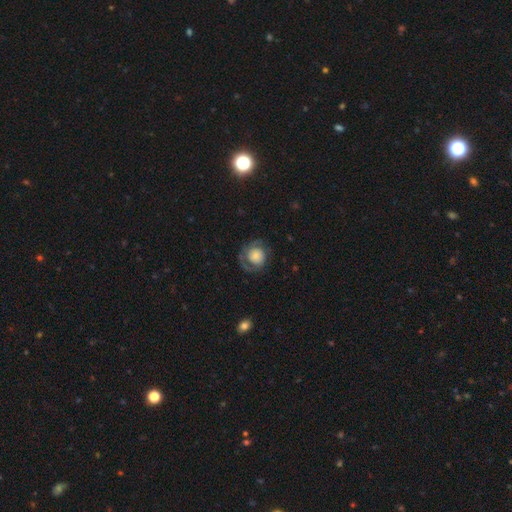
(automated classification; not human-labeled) Q: Smooth or featured?
A: featured or disk (54%); runner-up: smooth (39%)
Q: Edge-on disk?
A: no (97%); runner-up: yes (3%)
Q: Bar?
A: no (80%); runner-up: weak (16%)
Q: Spiral arms?
A: yes (81%); runner-up: no (19%)
Q: Bulge size?
A: large (33%); runner-up: small (23%)
Q: Merging?
A: none (64%); runner-up: minor disturbance (19%)